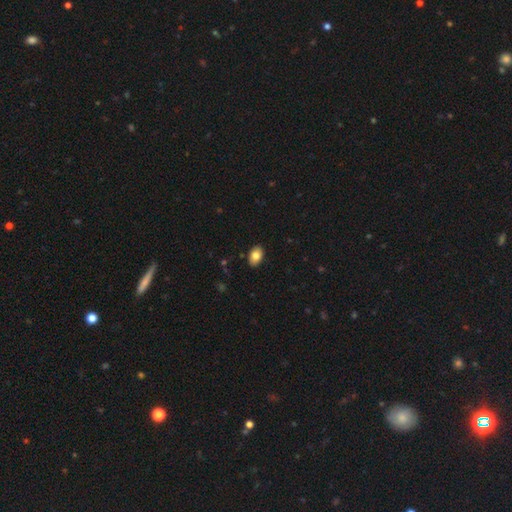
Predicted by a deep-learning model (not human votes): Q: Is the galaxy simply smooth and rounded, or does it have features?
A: smooth — 83%.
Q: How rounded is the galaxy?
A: in between — 90%.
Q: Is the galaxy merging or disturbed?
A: none — 89%.